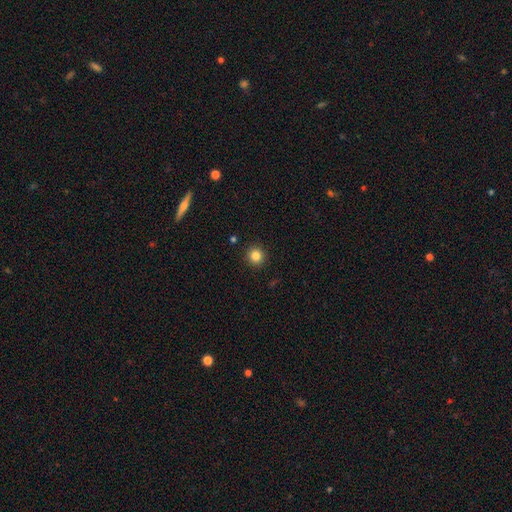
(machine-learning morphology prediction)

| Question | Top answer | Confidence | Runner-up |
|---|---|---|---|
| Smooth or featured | smooth | 84% | star or artifact (12%) |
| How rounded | round | 94% | in between (5%) |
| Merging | none | 92% | minor disturbance (5%) |